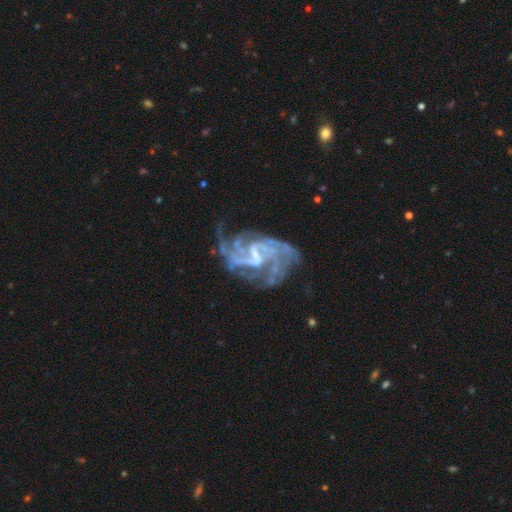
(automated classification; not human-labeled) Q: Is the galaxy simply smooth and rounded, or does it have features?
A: featured or disk — 90%.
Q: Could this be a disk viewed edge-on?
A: no — 98%.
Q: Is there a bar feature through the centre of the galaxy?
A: weak — 51%.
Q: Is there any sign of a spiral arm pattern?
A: yes — 95%.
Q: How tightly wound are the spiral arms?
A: medium — 47%.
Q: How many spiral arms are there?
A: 2 — 27%.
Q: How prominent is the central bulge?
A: small — 41%.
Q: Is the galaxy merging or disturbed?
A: none — 51%.